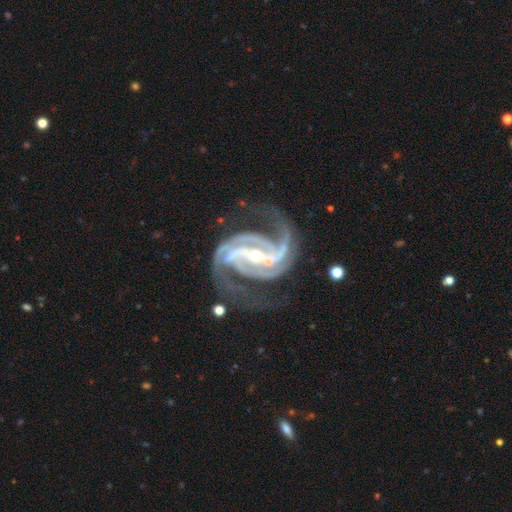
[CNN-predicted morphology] The model was most divided on "spiral arm count": 3: 47%, 2: 28%, 4: 11%, can't tell: 5%, more than 4: 4%, 1: 4%. More confident: spiral arms — yes (99%); edge-on disk — no (98%); smooth or featured — featured or disk (94%); bar — strong (65%); bulge size — small (63%); merging — none (59%); spiral winding — medium (58%).